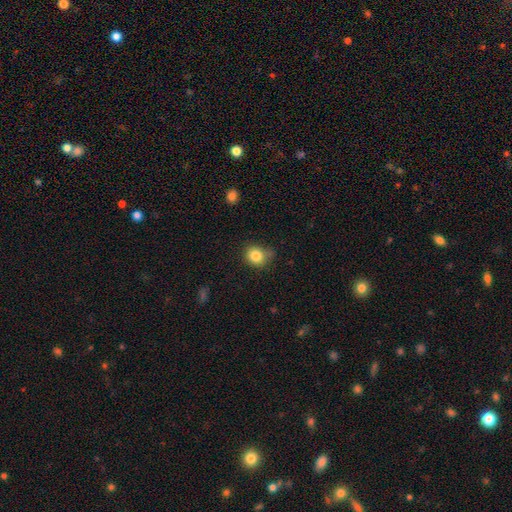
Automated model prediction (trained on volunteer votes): Smooth or featured? Predicted: smooth (p=0.83). How rounded? Predicted: round (p=0.74). Merging? Predicted: none (p=0.66).